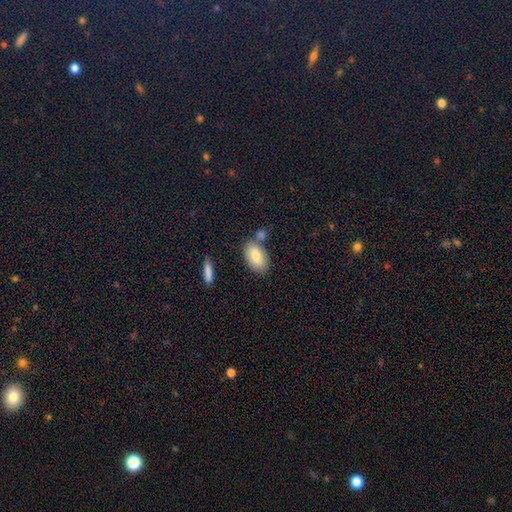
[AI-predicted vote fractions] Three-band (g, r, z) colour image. It shows a smooth galaxy with no disk features (81%) that is in between round and cigar-shaped (93%). Merging: none (65%).